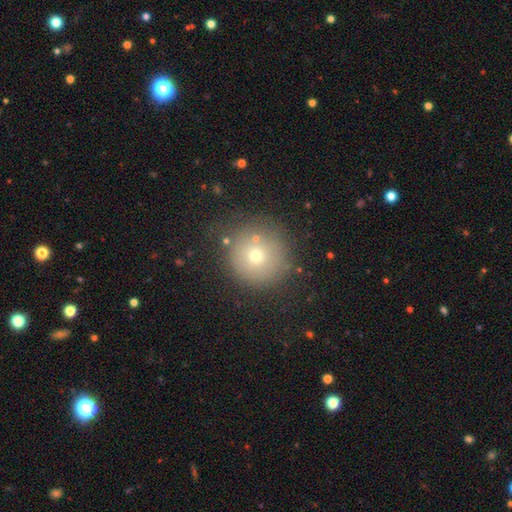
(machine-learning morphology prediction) Overall: smooth (66%). How rounded: round (95%). Merging: none (79%).